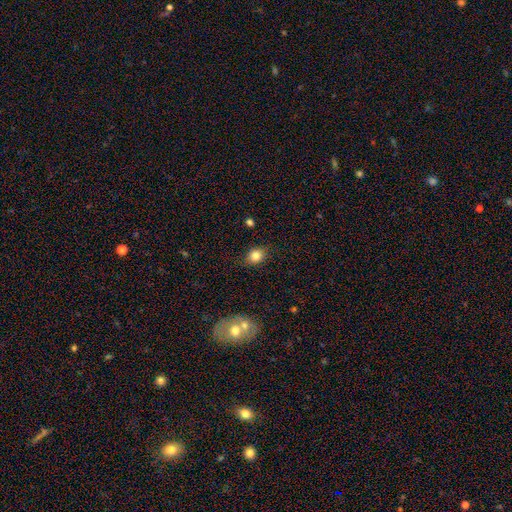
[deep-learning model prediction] Smooth or featured? Predicted: smooth (p=0.82). How rounded? Predicted: round (p=0.52). Merging? Predicted: none (p=0.82).